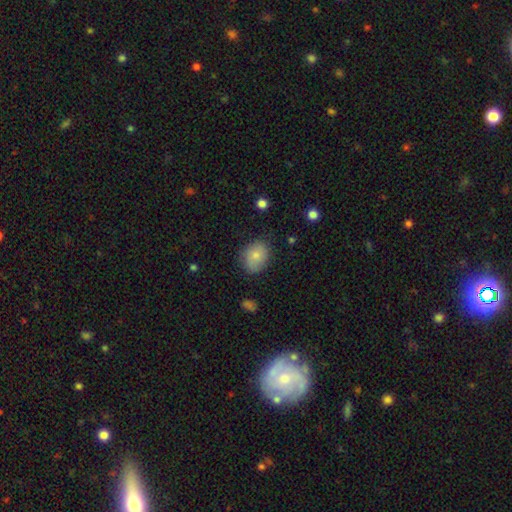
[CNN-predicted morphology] smooth_or_featured: smooth (p=0.79) [alt: featured or disk p=0.13]
how_rounded: in between (p=0.52) [alt: round p=0.47]
merging: none (p=0.76) [alt: minor disturbance p=0.18]